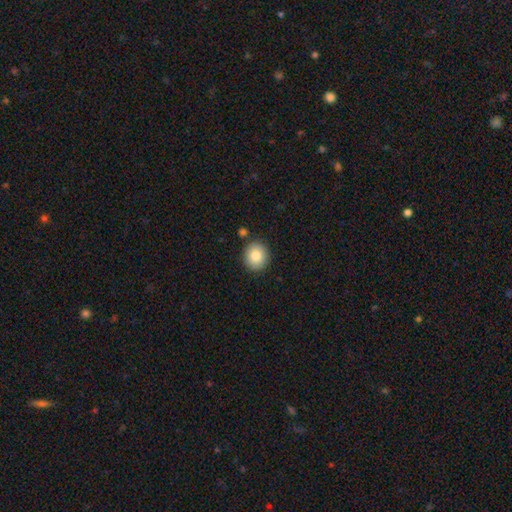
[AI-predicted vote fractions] Overall: smooth (84%). How rounded: round (82%). Merging: none (87%).